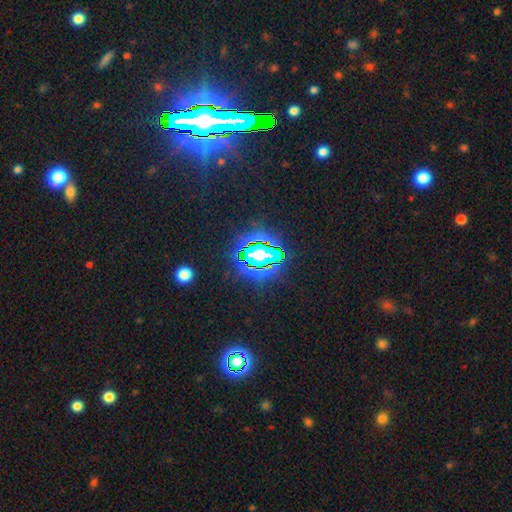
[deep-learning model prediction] Smooth or featured? star or artifact (73%)